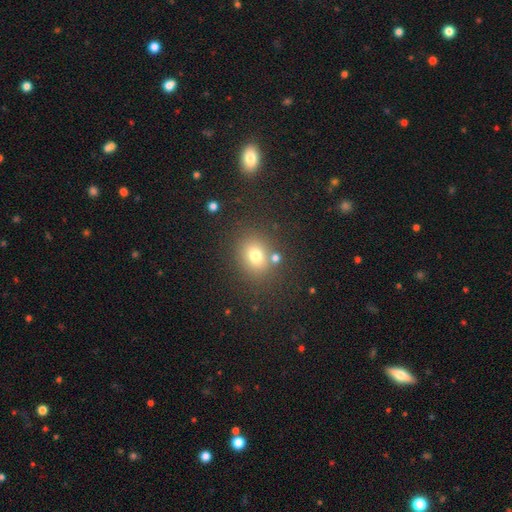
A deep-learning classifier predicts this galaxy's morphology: type=smooth (74%); roundness=round (59%); merging=none (76%).